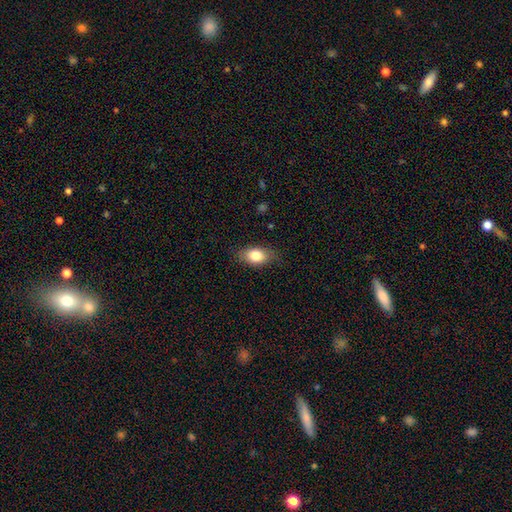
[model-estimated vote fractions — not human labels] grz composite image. It shows a smooth galaxy with no disk features (81%) that is in between round and cigar-shaped (87%). Merging: none (80%).